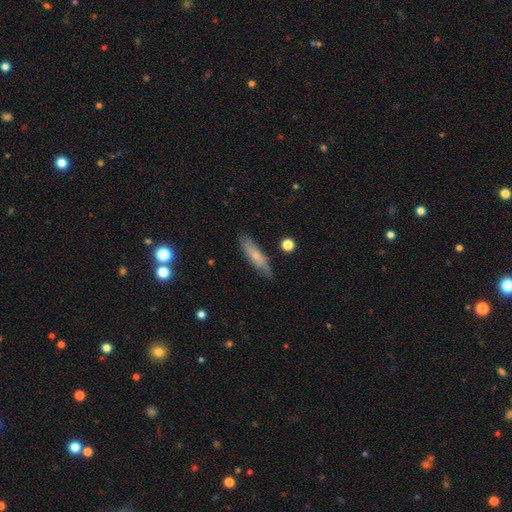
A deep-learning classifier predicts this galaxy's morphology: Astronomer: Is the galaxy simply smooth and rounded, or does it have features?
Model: smooth — 60%.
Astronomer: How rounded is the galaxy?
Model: cigar-shaped — 69%.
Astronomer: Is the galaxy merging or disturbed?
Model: none — 73%.